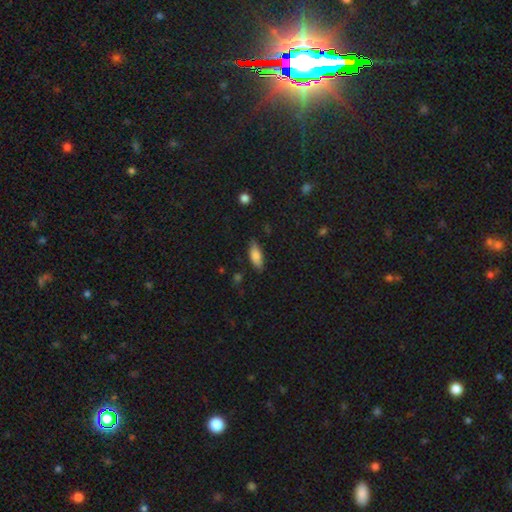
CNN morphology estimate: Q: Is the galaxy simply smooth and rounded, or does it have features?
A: smooth — 81%.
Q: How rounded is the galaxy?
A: in between — 77%.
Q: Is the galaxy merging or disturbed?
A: none — 77%.